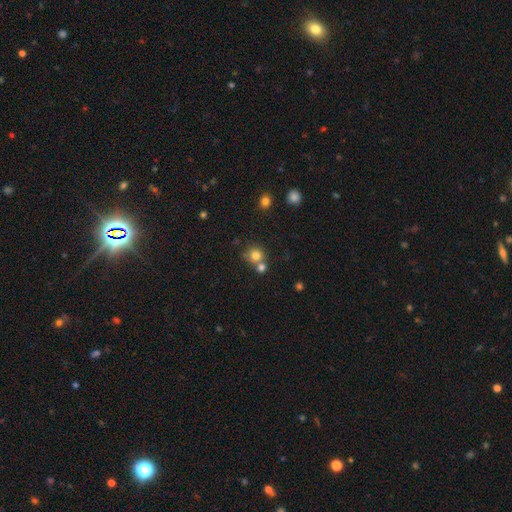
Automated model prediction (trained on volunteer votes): Morphology: type=smooth (78%); roundness=round (88%); merging=none (55%).